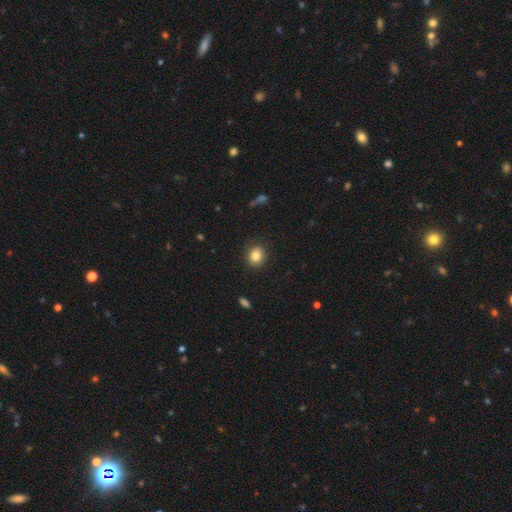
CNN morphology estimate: type=smooth (83%); roundness=round (79%); merging=none (90%).